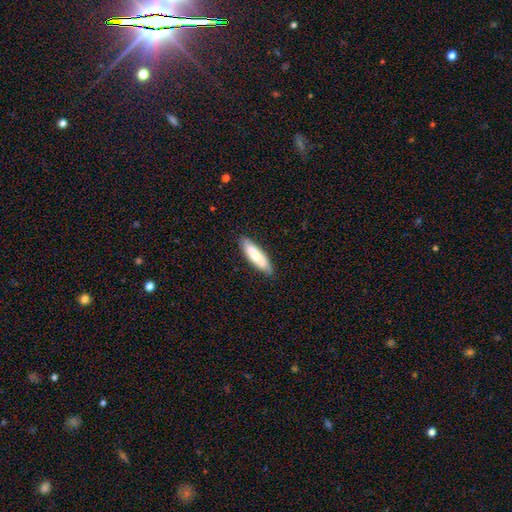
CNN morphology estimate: This appears to be a smooth galaxy with no disk features (72%) that is cigar-shaped (57%). Merging: none (84%).